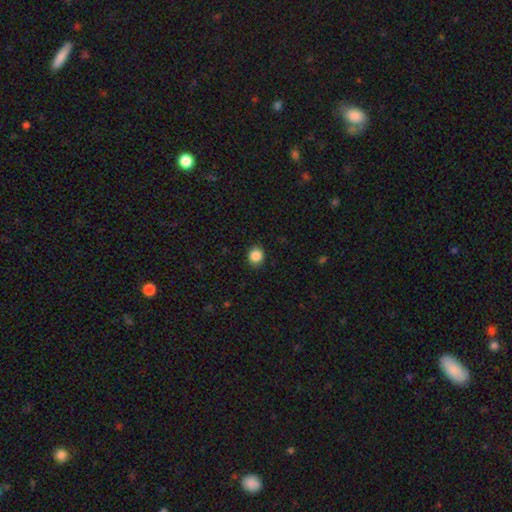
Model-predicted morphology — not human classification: Smooth or featured: smooth — 87% (star or artifact — 10%)
How rounded: round — 81% (in between — 18%)
Merging: none — 90% (minor disturbance — 7%)